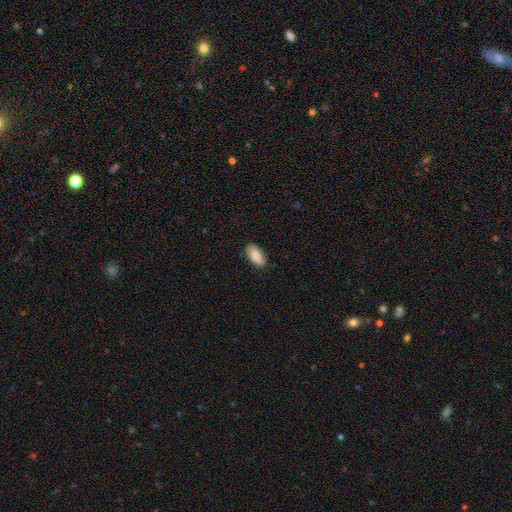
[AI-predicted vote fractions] Smooth or featured? smooth (87%)
How rounded? in between (92%)
Merging? none (81%)